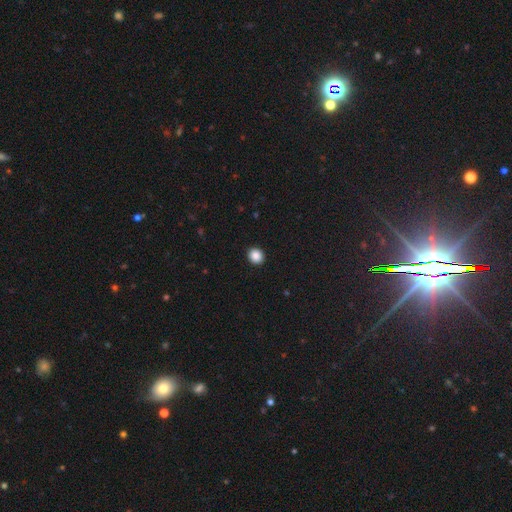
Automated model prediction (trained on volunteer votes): Smooth or featured: smooth — 88% (star or artifact — 9%)
How rounded: round — 78% (in between — 21%)
Merging: none — 93% (minor disturbance — 5%)